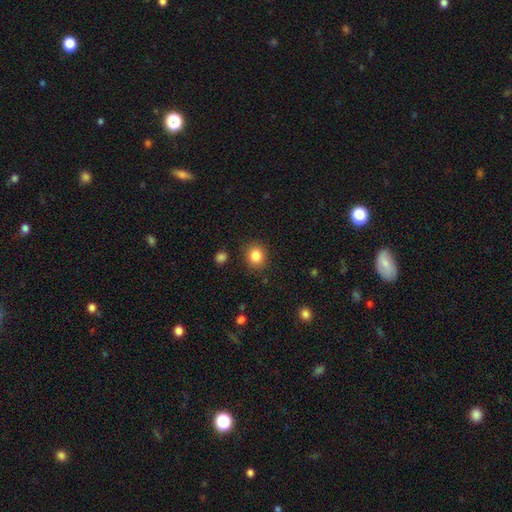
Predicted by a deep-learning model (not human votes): A smooth galaxy with no disk features (85%) that is round (69%).

Vote fractions:
- Smooth or featured? smooth: 85% / star or artifact: 10% / featured or disk: 5%
- How rounded? round: 69% / in between: 30% / cigar-shaped: 1%
- Merging? none: 86% / minor disturbance: 9% / major disturbance: 3% / merger: 2%